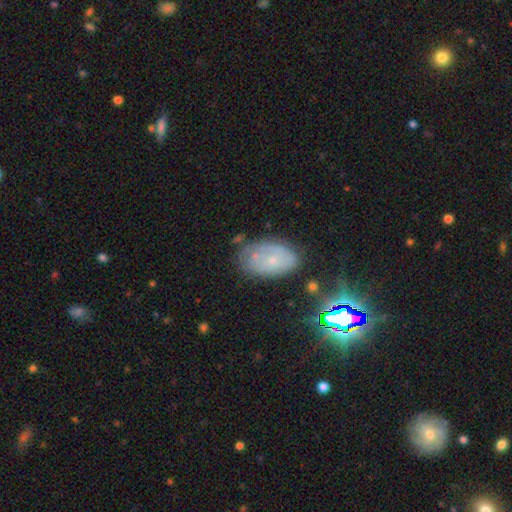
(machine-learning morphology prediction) This appears to be a smooth galaxy with no disk features (46%). Merging: none (57%).